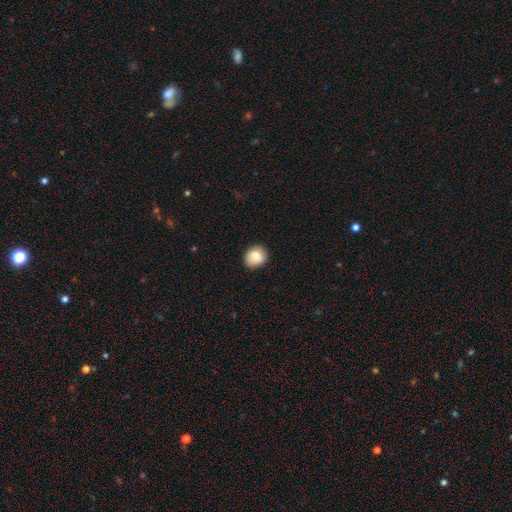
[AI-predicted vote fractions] Overall: smooth (81%). How rounded: round (71%). Merging: none (86%).